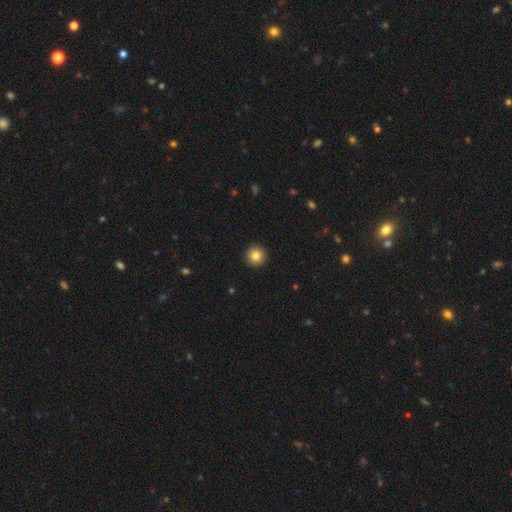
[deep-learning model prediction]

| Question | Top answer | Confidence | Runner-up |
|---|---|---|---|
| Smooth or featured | smooth | 83% | star or artifact (10%) |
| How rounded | round | 96% | in between (3%) |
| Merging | none | 94% | minor disturbance (4%) |